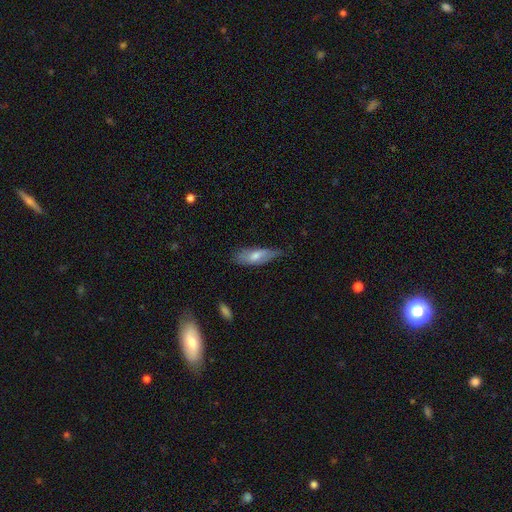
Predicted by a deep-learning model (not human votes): Morphology: type=smooth (60%); roundness=in between (59%); merging=none (58%).